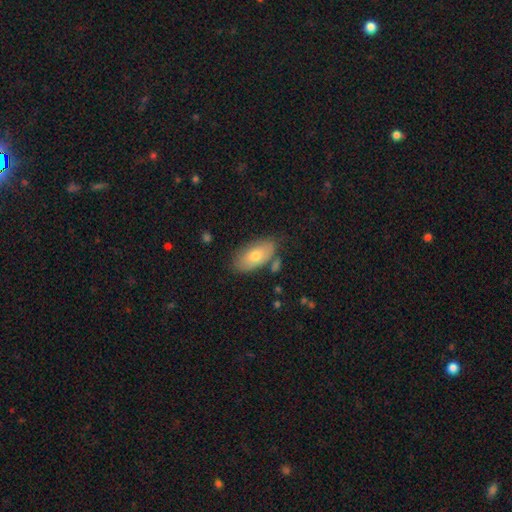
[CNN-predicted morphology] Overall: smooth (70%). How rounded: in between (92%). Merging: none (74%).